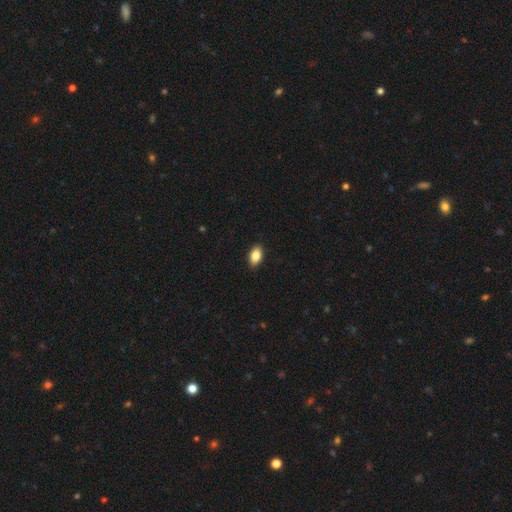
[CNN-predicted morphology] This appears to be a smooth galaxy with no disk features (85%) that is in between round and cigar-shaped (91%). Merging: none (90%).